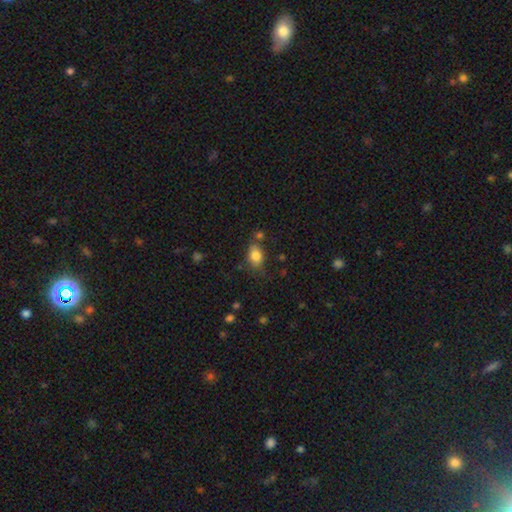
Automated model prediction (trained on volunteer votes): The model was most divided on "merging": none: 64%, minor disturbance: 21%, merger: 10%, major disturbance: 5%. More confident: smooth or featured — smooth (82%); how rounded — in between (78%).